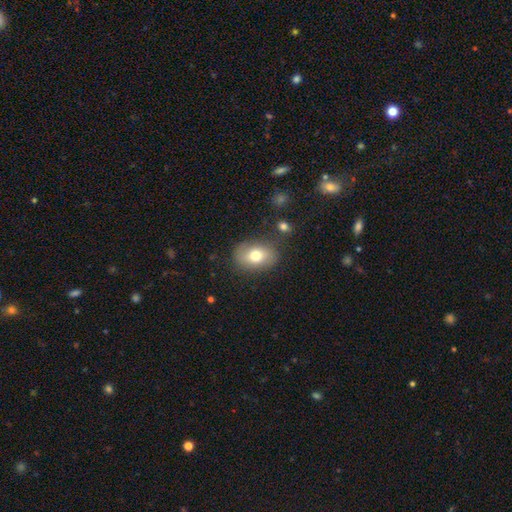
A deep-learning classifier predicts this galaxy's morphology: smooth 70%, featured or disk 21%, star or artifact 9%. Down the decision tree: how rounded — in between (76%); merging — none (77%).